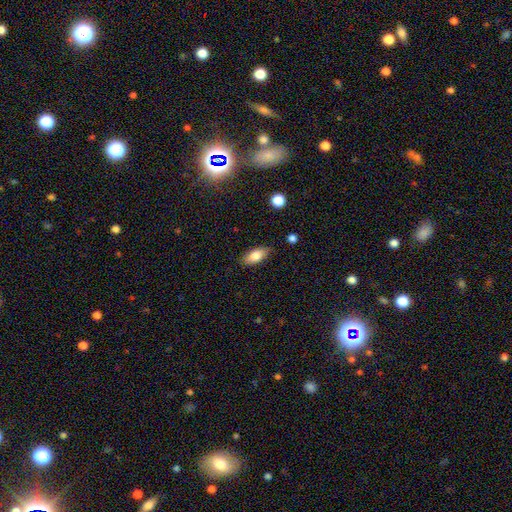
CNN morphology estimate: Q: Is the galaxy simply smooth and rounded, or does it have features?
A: smooth — 80%.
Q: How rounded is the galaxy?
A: in between — 86%.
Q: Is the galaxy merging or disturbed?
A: none — 82%.